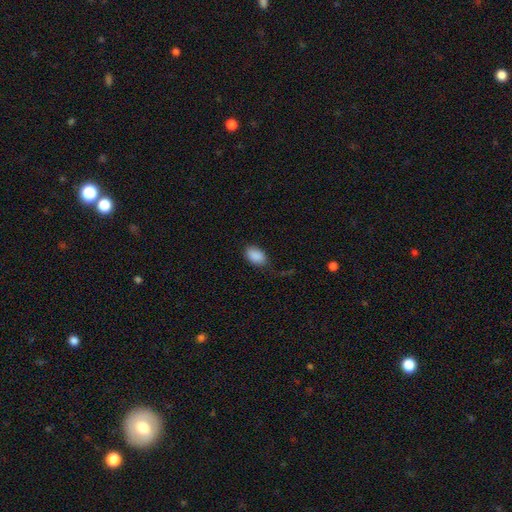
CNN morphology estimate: Smooth or featured? Predicted: smooth (p=0.89). How rounded? Predicted: in between (p=0.91). Merging? Predicted: none (p=0.74).